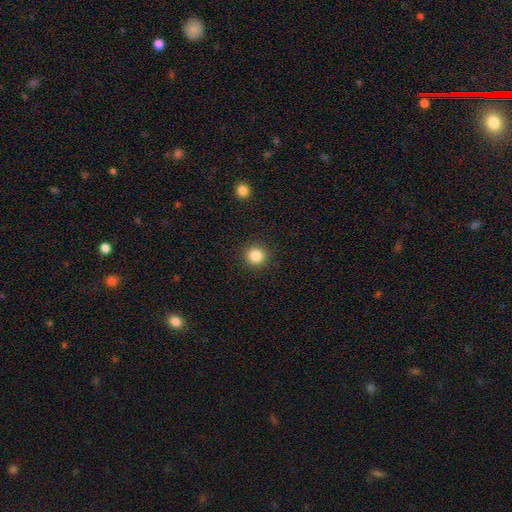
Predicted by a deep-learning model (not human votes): Smooth or featured? smooth (85%)
How rounded? round (93%)
Merging? none (92%)